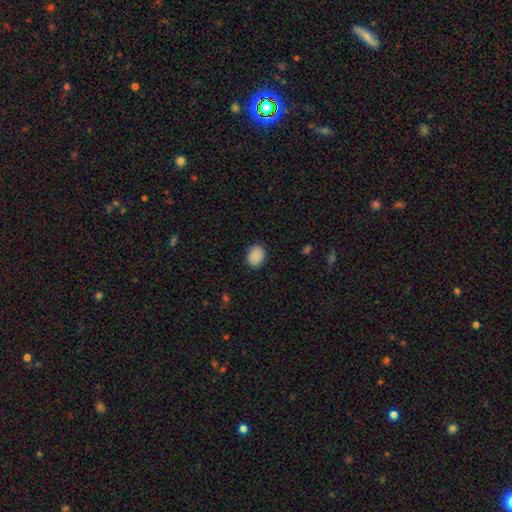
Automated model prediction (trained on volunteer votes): A smooth galaxy with no disk features (89%) that is in between round and cigar-shaped (50%). Merging: none (88%).